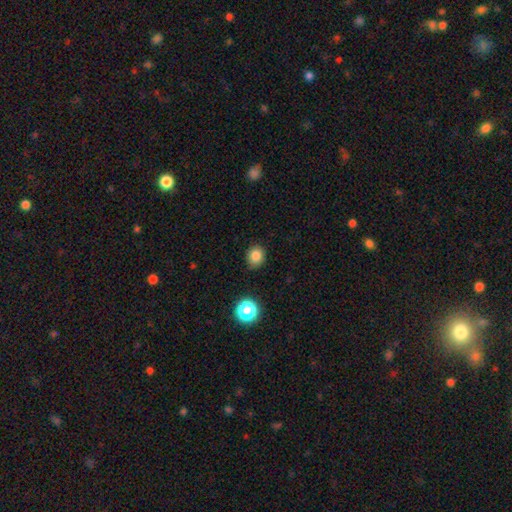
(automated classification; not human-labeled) A smooth galaxy with no disk features (82%) that is round (75%). Merging: none (83%).